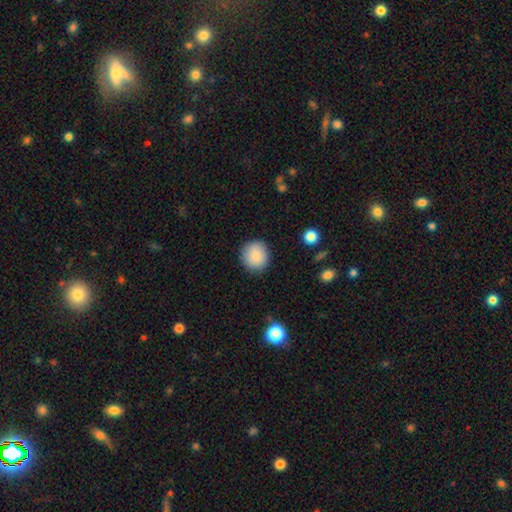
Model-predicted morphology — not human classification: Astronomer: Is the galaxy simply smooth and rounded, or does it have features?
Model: smooth — 86%.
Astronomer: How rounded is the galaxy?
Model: round — 91%.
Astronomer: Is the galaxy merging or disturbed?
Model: none — 89%.